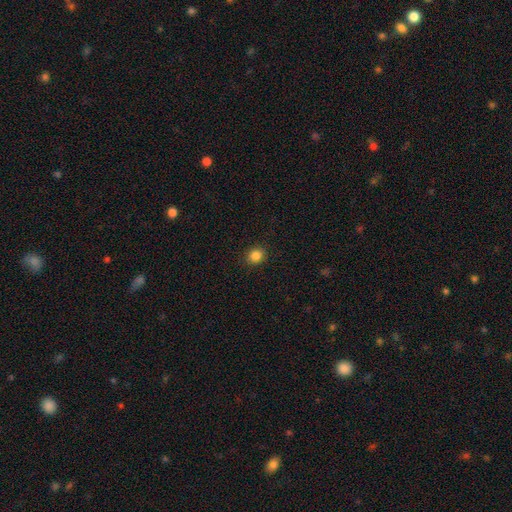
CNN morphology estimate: Smooth or featured? Predicted: smooth (p=0.85). How rounded? Predicted: round (p=0.77). Merging? Predicted: none (p=0.90).